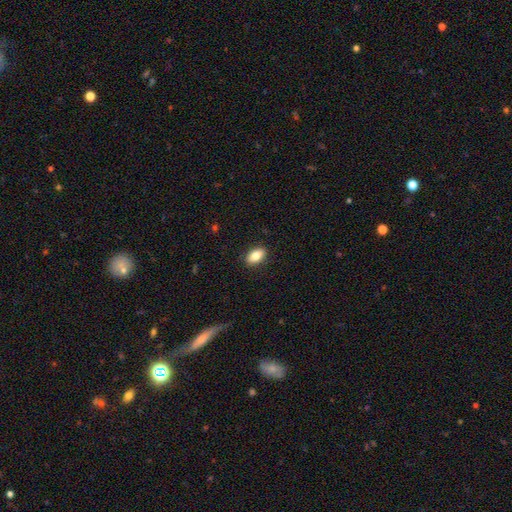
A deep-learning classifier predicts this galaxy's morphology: smooth_or_featured: smooth (p=0.81) [alt: featured or disk p=0.12]
how_rounded: in between (p=0.90) [alt: round p=0.06]
merging: none (p=0.89) [alt: minor disturbance p=0.08]